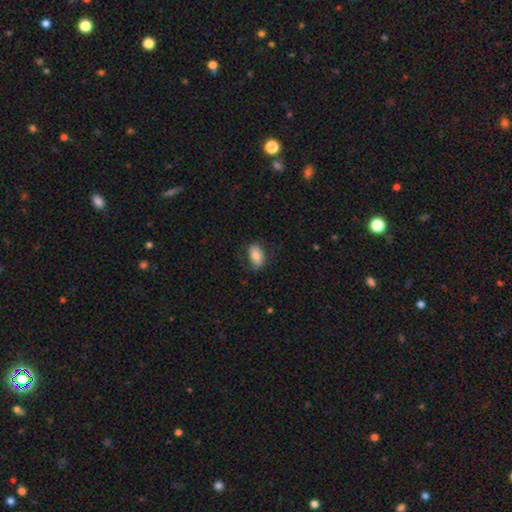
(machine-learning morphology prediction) smooth-or-featured: smooth: 72% | featured or disk: 21% | star or artifact: 7%
  how-rounded: in between: 90% | round: 8% | cigar-shaped: 2%
  merging: none: 69% | minor disturbance: 21% | major disturbance: 9% | merger: 1%